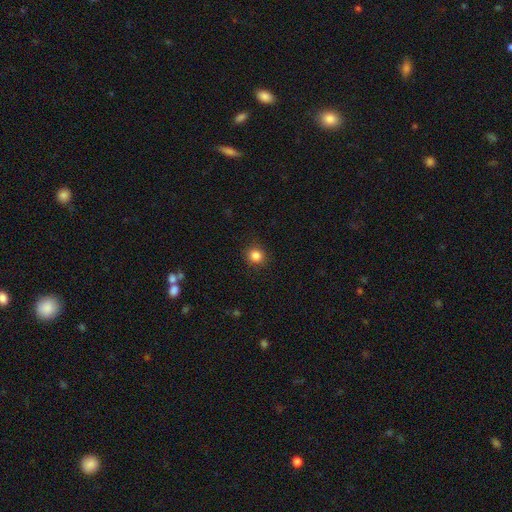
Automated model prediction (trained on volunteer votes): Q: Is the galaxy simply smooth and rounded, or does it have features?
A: smooth — 85%.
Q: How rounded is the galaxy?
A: round — 88%.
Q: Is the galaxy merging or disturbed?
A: none — 89%.